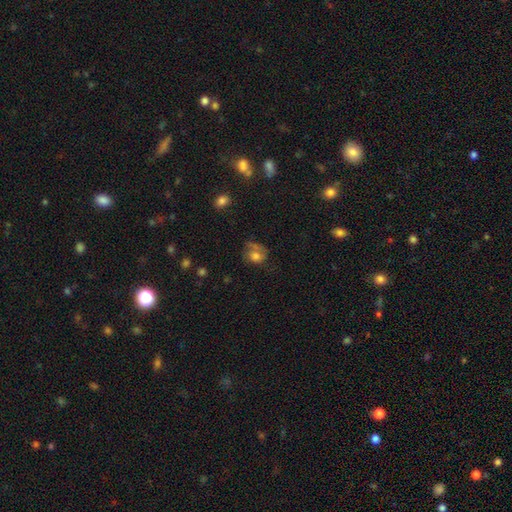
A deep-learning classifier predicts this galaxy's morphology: Smooth or featured: smooth — 61% (featured or disk — 27%)
How rounded: round — 53% (in between — 46%)
Merging: none — 38% (major disturbance — 30%)